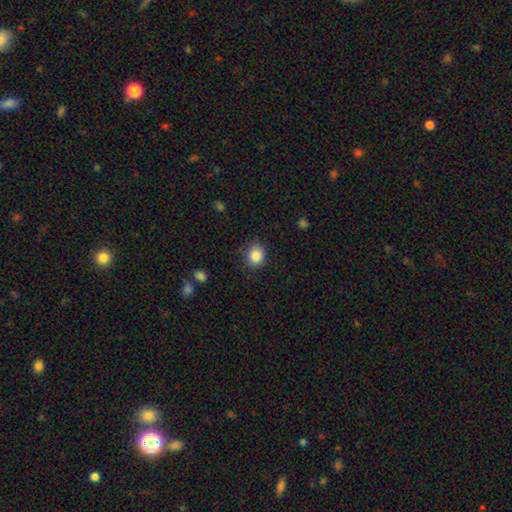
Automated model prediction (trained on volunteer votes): Smooth or featured?
  - smooth: 85% *
  - star or artifact: 10%
  - featured or disk: 5%
How rounded?
  - round: 74% *
  - in between: 25%
  - cigar-shaped: 1%
Merging?
  - none: 84% *
  - minor disturbance: 12%
  - major disturbance: 3%
  - merger: 1%